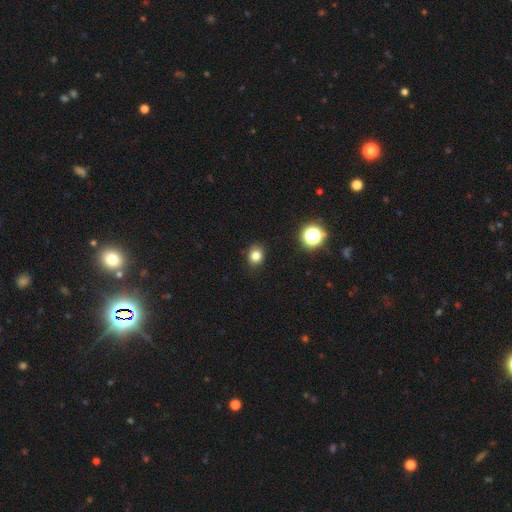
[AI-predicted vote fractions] Smooth or featured? smooth (79%)
How rounded? round (65%)
Merging? none (87%)